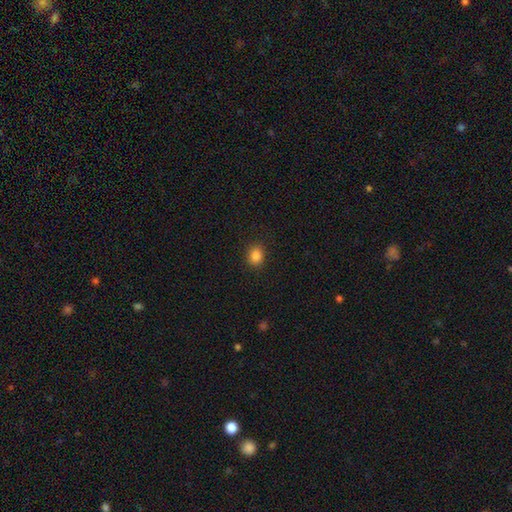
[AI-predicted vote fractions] A smooth galaxy with no disk features (85%) that is round (71%). Merging: none (89%).